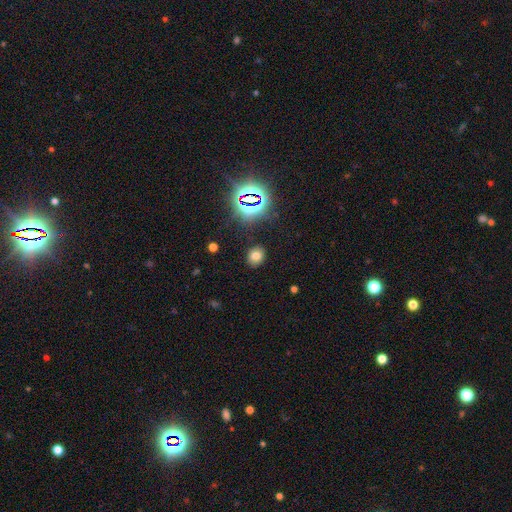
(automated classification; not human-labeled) A smooth galaxy with no disk features (69%) that is round (59%).

Vote fractions:
- Smooth or featured? smooth: 69% / star or artifact: 22% / featured or disk: 9%
- How rounded? round: 59% / in between: 39% / cigar-shaped: 1%
- Merging? none: 86% / minor disturbance: 9% / major disturbance: 3% / merger: 2%